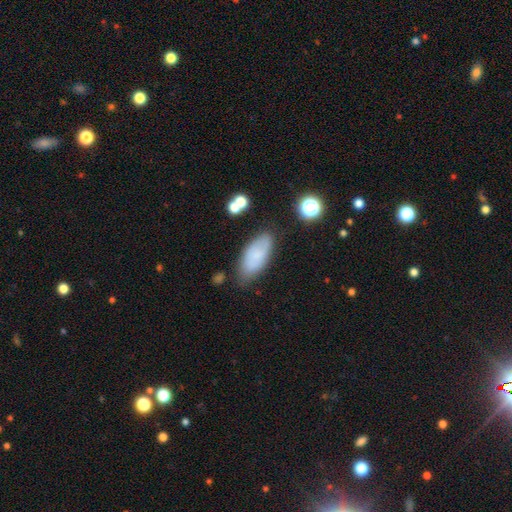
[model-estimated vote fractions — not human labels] A smooth galaxy with no disk features (75%) that is in between round and cigar-shaped (87%). Merging: none (73%).